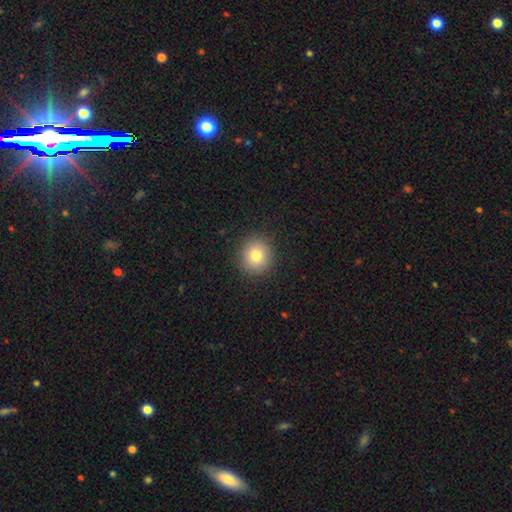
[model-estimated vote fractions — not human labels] Smooth or featured: smooth — 81% (star or artifact — 10%)
How rounded: round — 85% (in between — 15%)
Merging: none — 90% (minor disturbance — 7%)